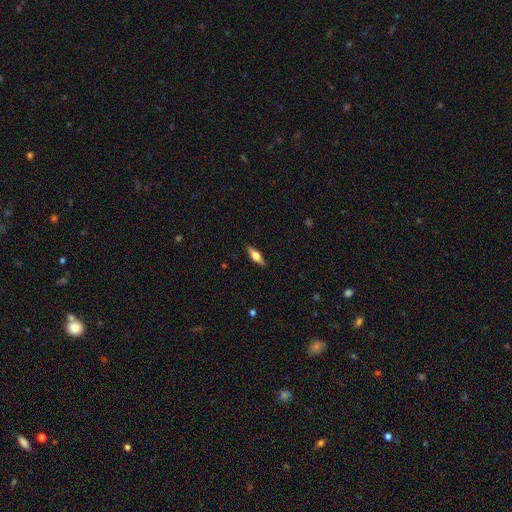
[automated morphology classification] smooth_or_featured: featured or disk (p=0.49) [alt: smooth p=0.44]
merging: none (p=0.89) [alt: minor disturbance p=0.08]